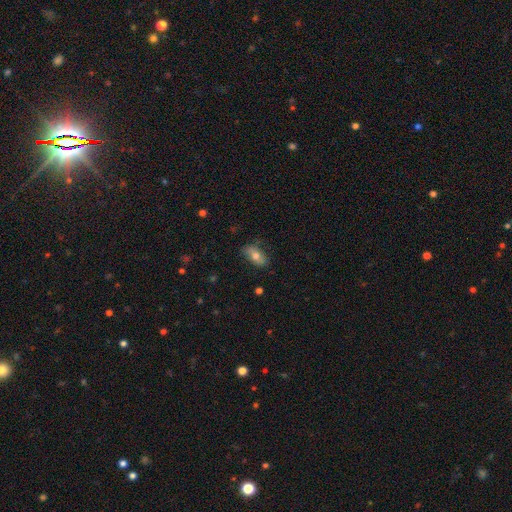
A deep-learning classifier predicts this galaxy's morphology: smooth 70%, featured or disk 22%, star or artifact 8%. Down the decision tree: how rounded — in between (88%); merging — none (77%).